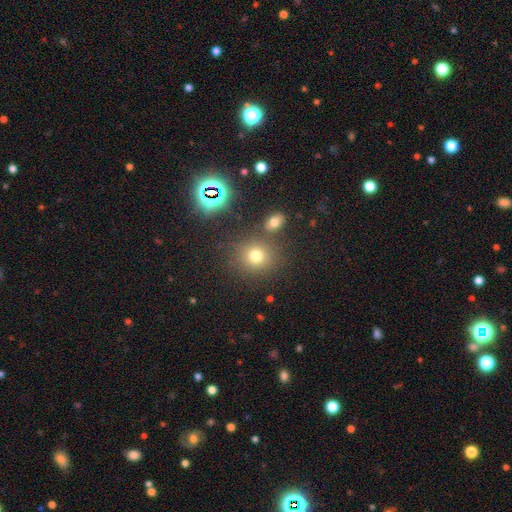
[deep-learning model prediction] Morphology: type=smooth (71%); roundness=round (83%); merging=none (77%).